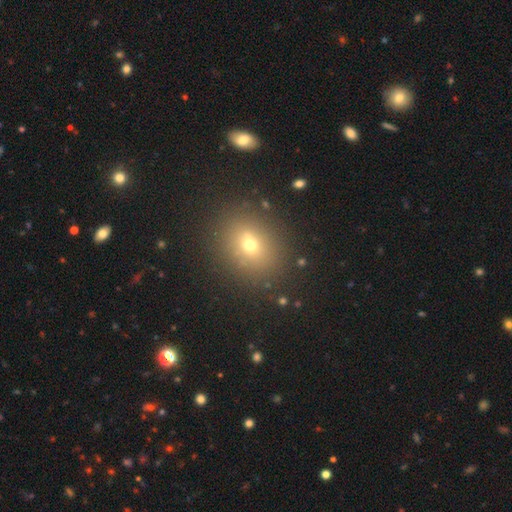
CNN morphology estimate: Smooth or featured? smooth (64%)
How rounded? round (59%)
Merging? none (88%)